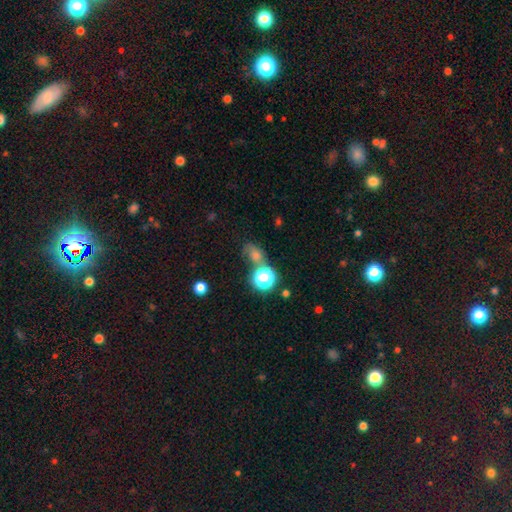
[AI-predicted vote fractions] Morphology: type=smooth (44%); merging=none (56%).